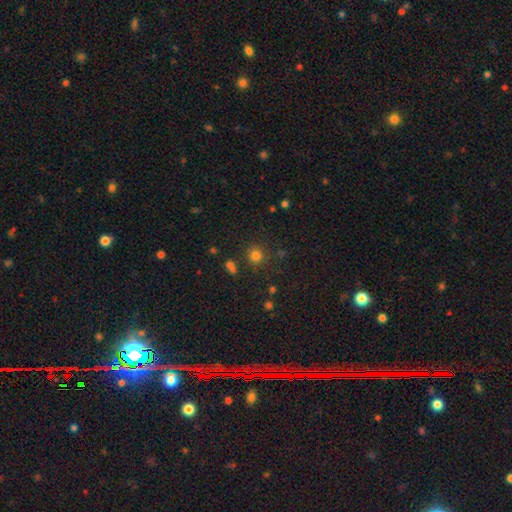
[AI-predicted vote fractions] Smooth or featured? smooth (76%)
How rounded? round (90%)
Merging? none (81%)